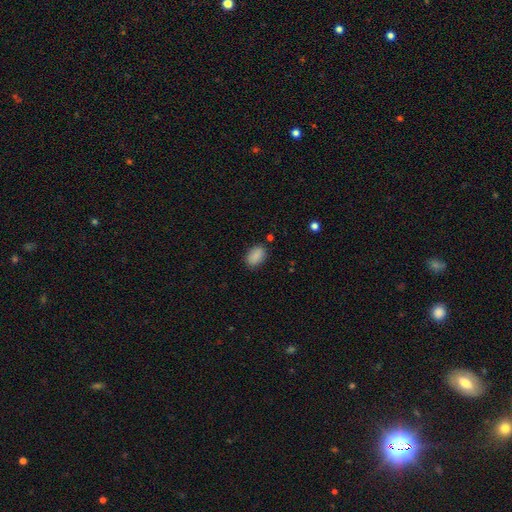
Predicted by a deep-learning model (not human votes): Smooth or featured? Predicted: smooth (p=0.89). How rounded? Predicted: in between (p=0.90). Merging? Predicted: none (p=0.84).